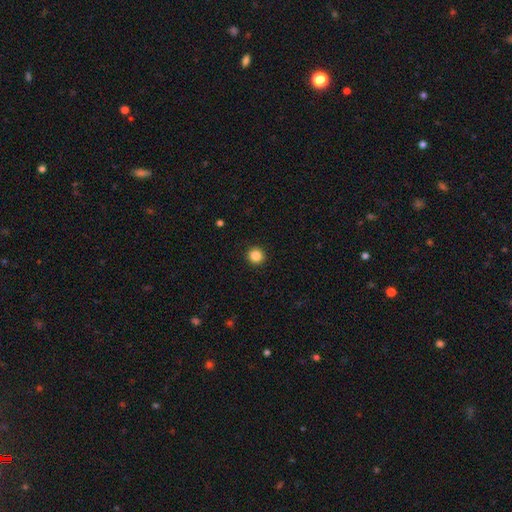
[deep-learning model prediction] Smooth or featured? smooth (86%)
How rounded? round (94%)
Merging? none (93%)